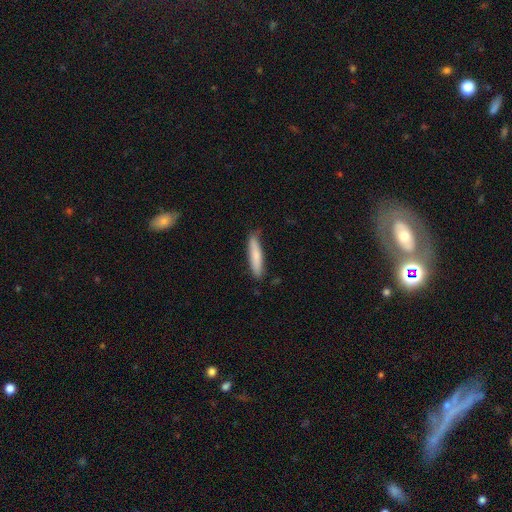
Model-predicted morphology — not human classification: A smooth galaxy with no disk features (79%) that is cigar-shaped (88%).

Vote fractions:
- Smooth or featured? smooth: 79% / featured or disk: 16% / star or artifact: 5%
- How rounded? cigar-shaped: 88% / in between: 11% / round: 1%
- Merging? none: 81% / minor disturbance: 16% / major disturbance: 2% / merger: 2%